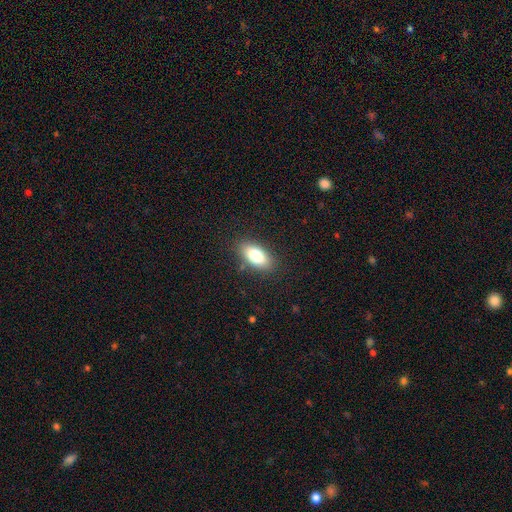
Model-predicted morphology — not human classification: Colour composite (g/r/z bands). It shows a smooth galaxy with no disk features (80%) that is in between round and cigar-shaped (89%). Merging: none (85%).